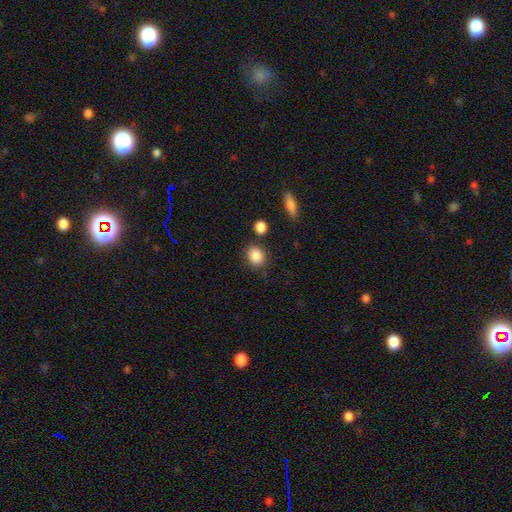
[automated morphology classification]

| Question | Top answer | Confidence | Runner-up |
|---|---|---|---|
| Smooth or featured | smooth | 87% | star or artifact (9%) |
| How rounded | round | 70% | in between (29%) |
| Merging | none | 79% | minor disturbance (11%) |